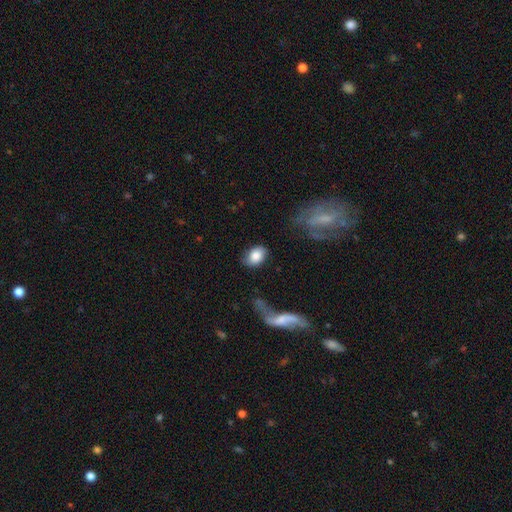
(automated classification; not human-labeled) Smooth or featured? smooth (81%)
How rounded? in between (79%)
Merging? none (71%)